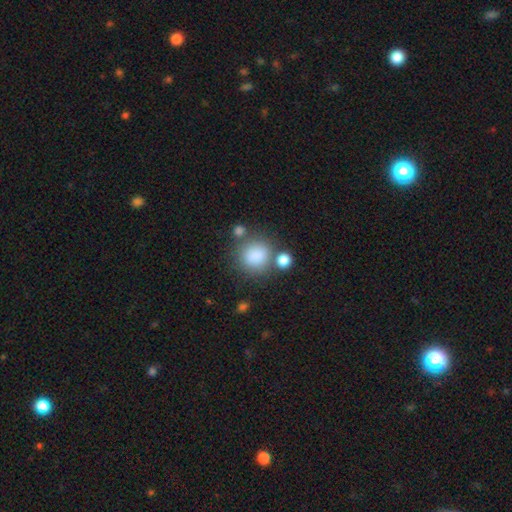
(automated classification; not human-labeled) Smooth or featured: smooth — 84% (star or artifact — 10%)
How rounded: round — 84% (in between — 15%)
Merging: none — 64% (merger — 17%)